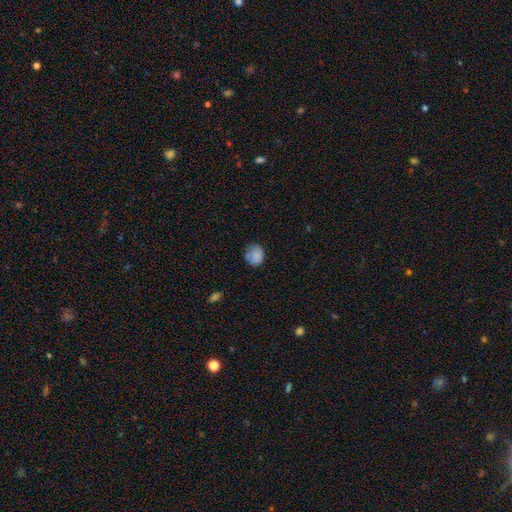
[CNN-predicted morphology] type=smooth (81%); roundness=round (69%); merging=none (66%).